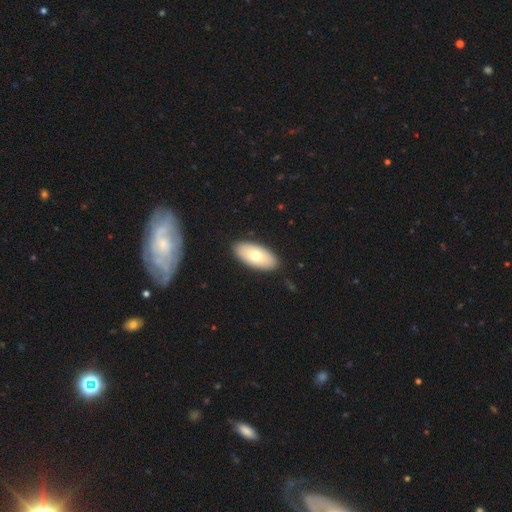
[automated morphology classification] Overall: smooth (70%). How rounded: in between (93%). Merging: none (90%).